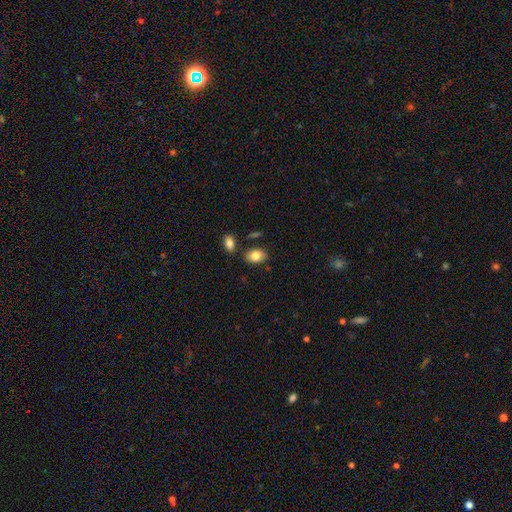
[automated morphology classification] Smooth or featured: smooth — 84% (featured or disk — 9%)
How rounded: in between — 83% (round — 16%)
Merging: none — 79% (minor disturbance — 12%)